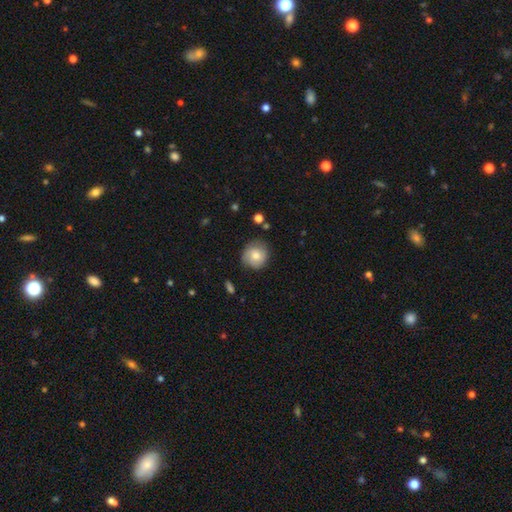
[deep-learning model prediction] Smooth or featured? smooth (73%)
How rounded? round (89%)
Merging? none (75%)